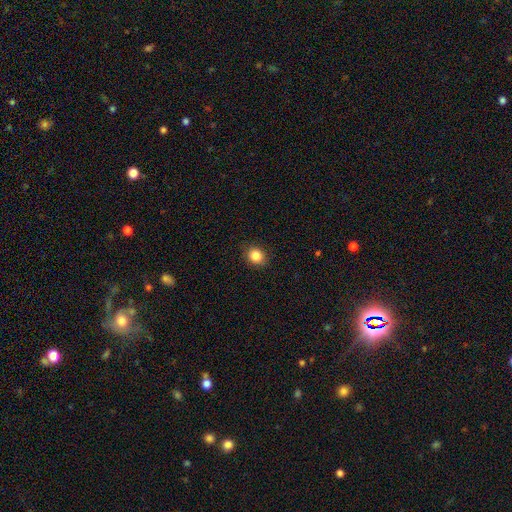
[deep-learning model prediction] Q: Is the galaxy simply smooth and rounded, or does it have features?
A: smooth — 86%.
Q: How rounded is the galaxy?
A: round — 72%.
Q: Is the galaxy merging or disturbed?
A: none — 87%.